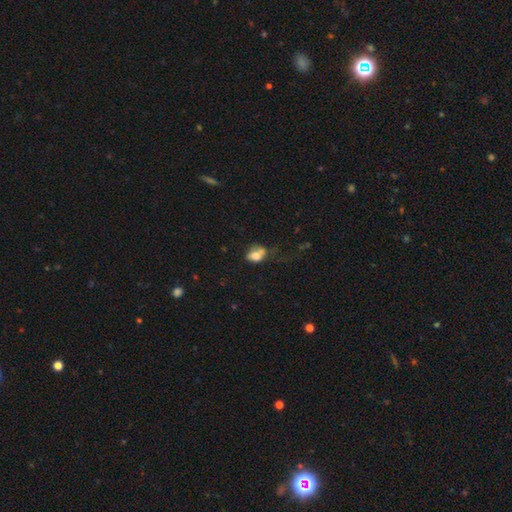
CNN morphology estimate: A smooth galaxy with no disk features (70%) that is in between round and cigar-shaped (65%). Merging: merger (34%).